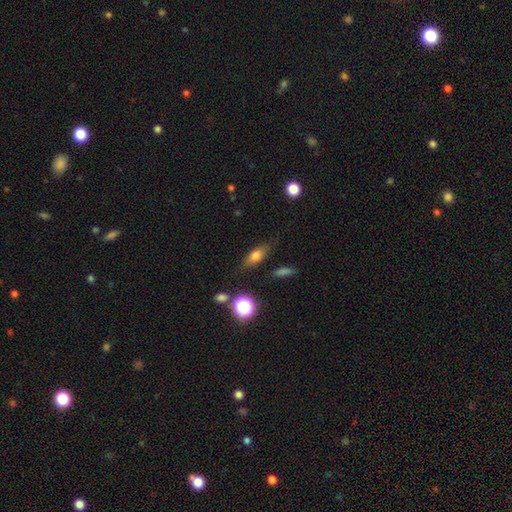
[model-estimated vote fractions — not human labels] Smooth or featured? smooth (67%)
How rounded? in between (66%)
Merging? none (78%)